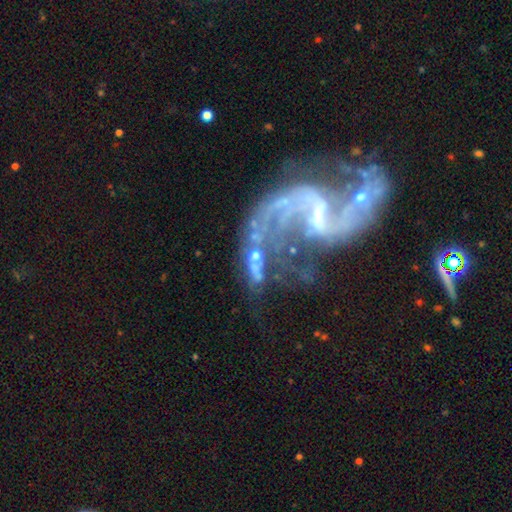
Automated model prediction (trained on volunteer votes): A featured or disk galaxy (59%) with no bar (74%), no spiral arms (59%) and no central bulge (39%). Merging: merger (33%).